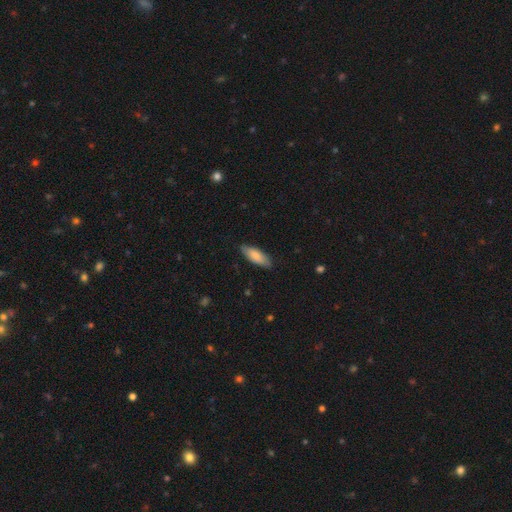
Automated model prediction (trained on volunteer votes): Q: Smooth or featured?
A: smooth (79%); runner-up: featured or disk (16%)
Q: How rounded?
A: in between (69%); runner-up: cigar-shaped (30%)
Q: Merging?
A: none (82%); runner-up: minor disturbance (14%)